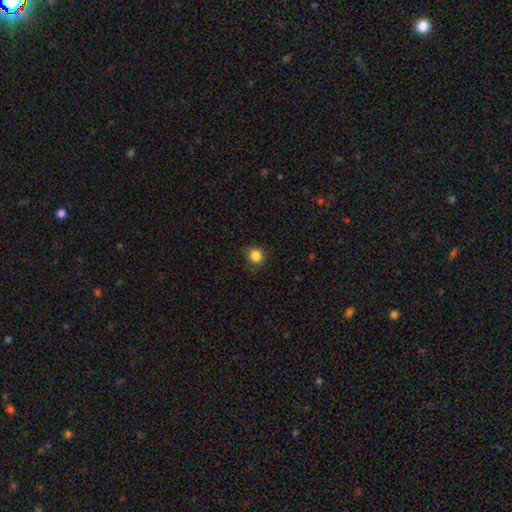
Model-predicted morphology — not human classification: A smooth galaxy with no disk features (85%) that is round (86%).

Vote fractions:
- Smooth or featured? smooth: 85% / star or artifact: 11% / featured or disk: 4%
- How rounded? round: 86% / in between: 13% / cigar-shaped: 1%
- Merging? none: 82% / minor disturbance: 14% / major disturbance: 3% / merger: 1%